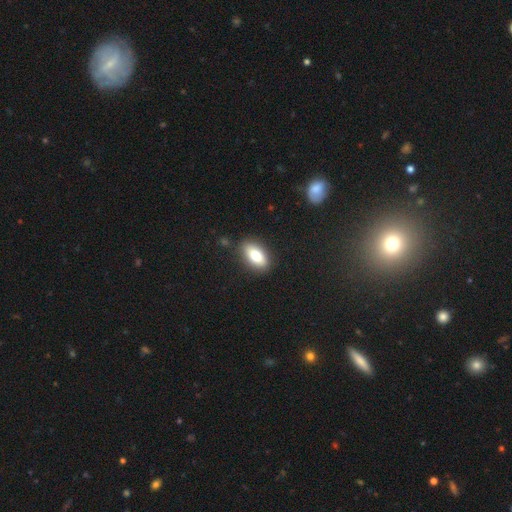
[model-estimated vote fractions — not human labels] Overall: smooth (79%). How rounded: in between (88%). Merging: none (86%).